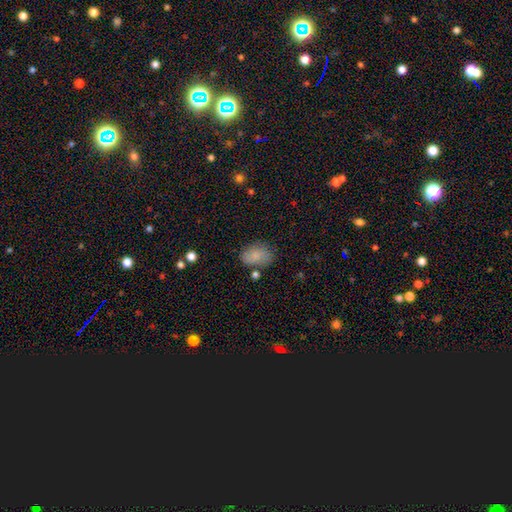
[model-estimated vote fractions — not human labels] Smooth or featured? Predicted: smooth (p=0.79). How rounded? Predicted: in between (p=0.82). Merging? Predicted: none (p=0.66).